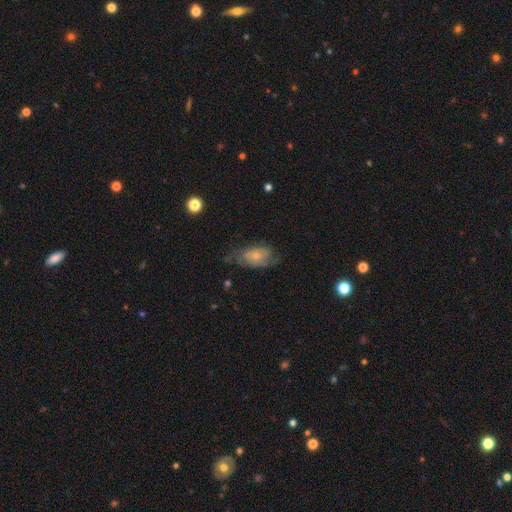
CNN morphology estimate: featured or disk 50%, smooth 42%, star or artifact 7%. Down the decision tree: edge-on disk — no (93%); merging — none (49%).